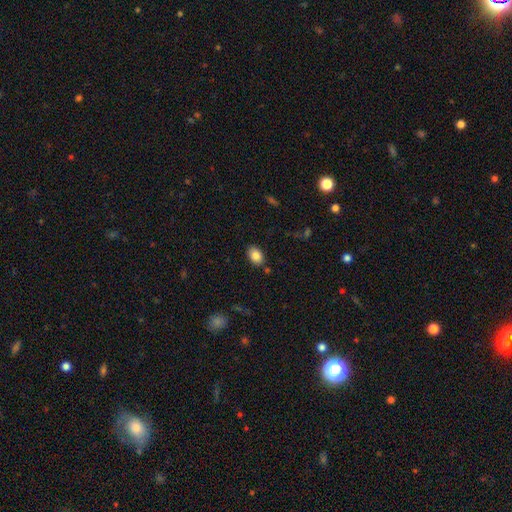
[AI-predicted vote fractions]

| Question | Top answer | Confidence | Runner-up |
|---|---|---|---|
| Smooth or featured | smooth | 85% | star or artifact (8%) |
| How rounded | in between | 84% | round (15%) |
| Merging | none | 83% | minor disturbance (11%) |